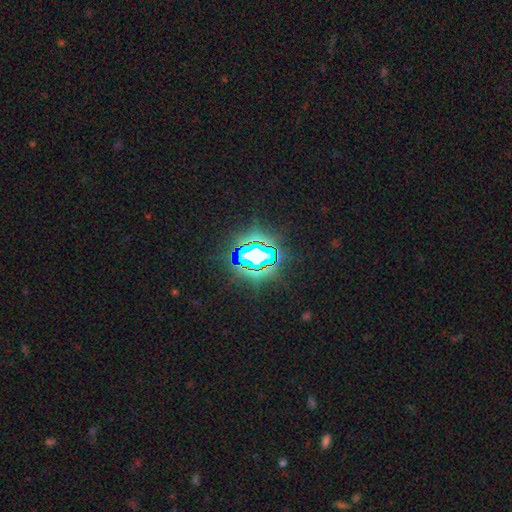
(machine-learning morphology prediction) Smooth or featured?
  - star or artifact: 77% *
  - smooth: 12%
  - featured or disk: 11%